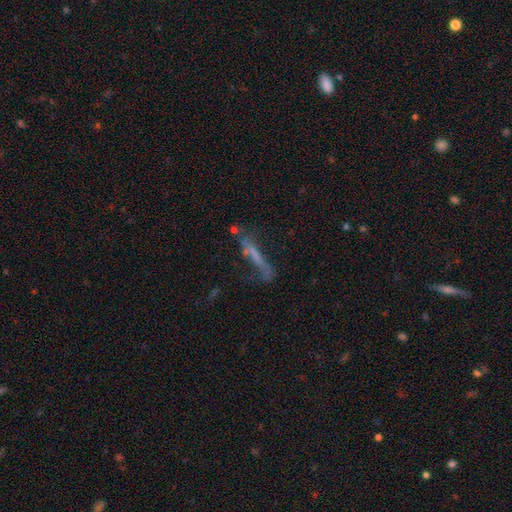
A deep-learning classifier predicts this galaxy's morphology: The model was most divided on "smooth or featured": featured or disk: 45%, smooth: 40%, star or artifact: 15%. Remaining: merging — none (45%).